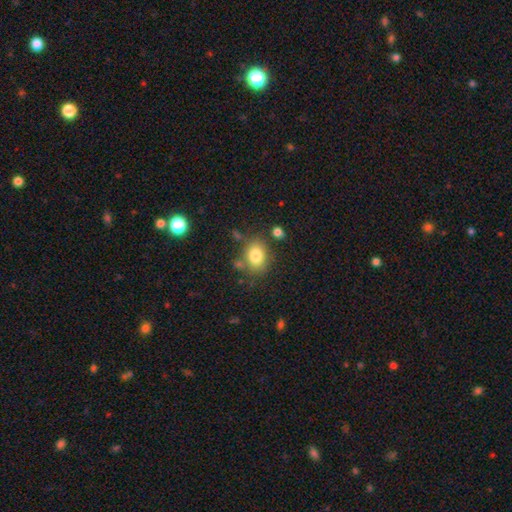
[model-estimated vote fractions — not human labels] Smooth or featured: smooth — 81% (star or artifact — 10%)
How rounded: in between — 62% (round — 37%)
Merging: none — 73% (minor disturbance — 15%)